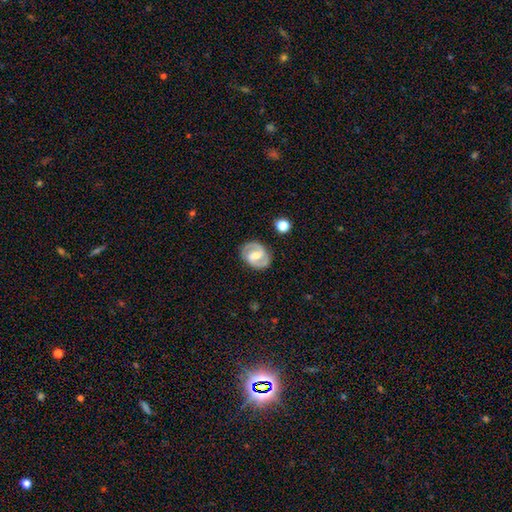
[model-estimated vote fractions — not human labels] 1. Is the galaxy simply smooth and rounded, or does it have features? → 82% featured or disk, 13% smooth, 5% star or artifact.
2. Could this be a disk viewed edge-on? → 97% no, 3% yes.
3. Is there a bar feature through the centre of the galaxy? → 45% weak, 40% strong, 14% no.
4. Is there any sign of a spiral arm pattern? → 93% yes, 7% no.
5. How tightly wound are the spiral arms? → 52% medium, 34% tight, 14% loose.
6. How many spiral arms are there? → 91% 2, 4% can't tell, 2% 1, 1% 3, 1% 4, 1% more than 4.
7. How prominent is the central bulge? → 53% moderate, 33% small, 8% large, 5% none, 1% dominant.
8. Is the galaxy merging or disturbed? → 85% none, 11% minor disturbance, 3% major disturbance, 2% merger.